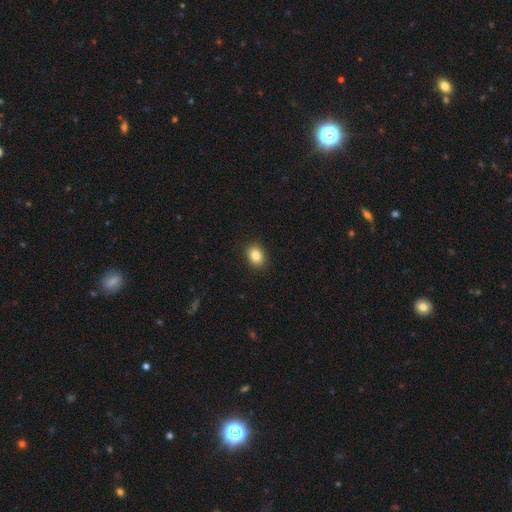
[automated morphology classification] smooth_or_featured: smooth (p=0.86) [alt: star or artifact p=0.09]
how_rounded: in between (p=0.64) [alt: round p=0.35]
merging: none (p=0.90) [alt: minor disturbance p=0.07]